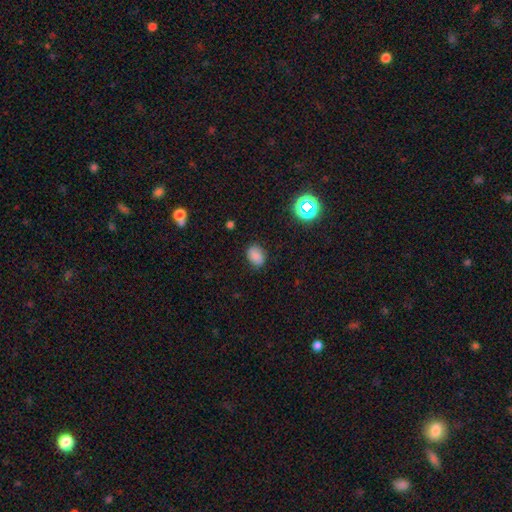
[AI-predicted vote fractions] Q: Smooth or featured?
A: smooth (81%); runner-up: star or artifact (13%)
Q: How rounded?
A: in between (70%); runner-up: round (29%)
Q: Merging?
A: none (82%); runner-up: minor disturbance (14%)